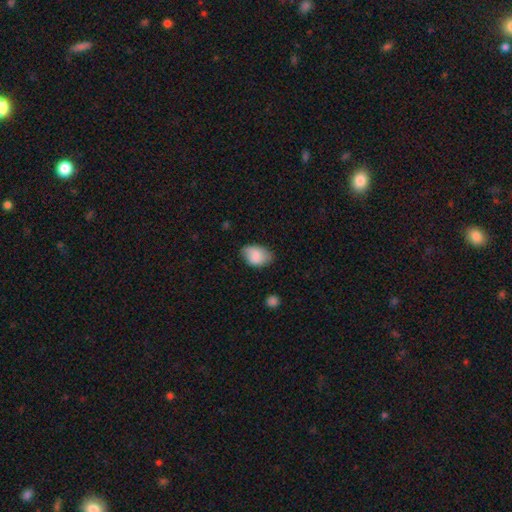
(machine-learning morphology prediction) The model was most divided on "merging": none: 60%, minor disturbance: 31%, major disturbance: 7%, merger: 2%. More confident: how rounded — in between (83%); smooth or featured — smooth (83%).